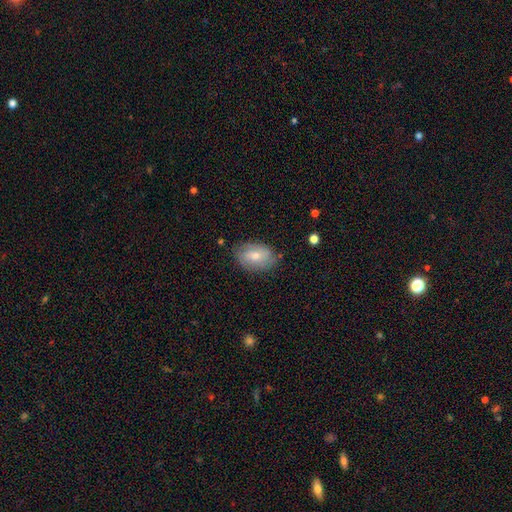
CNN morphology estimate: The model was most divided on "smooth or featured": smooth: 65%, featured or disk: 28%, star or artifact: 7%. More confident: how rounded — in between (82%); merging — none (74%).